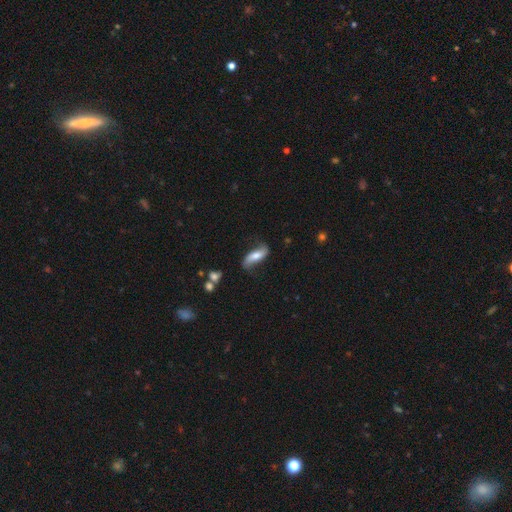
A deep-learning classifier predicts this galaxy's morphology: A featured or disk galaxy (53%).

Vote fractions:
- Smooth or featured? featured or disk: 53% / smooth: 40% / star or artifact: 7%
- Edge-on disk? no: 82% / yes: 18%
- Merging? none: 64% / minor disturbance: 23% / major disturbance: 10% / merger: 3%